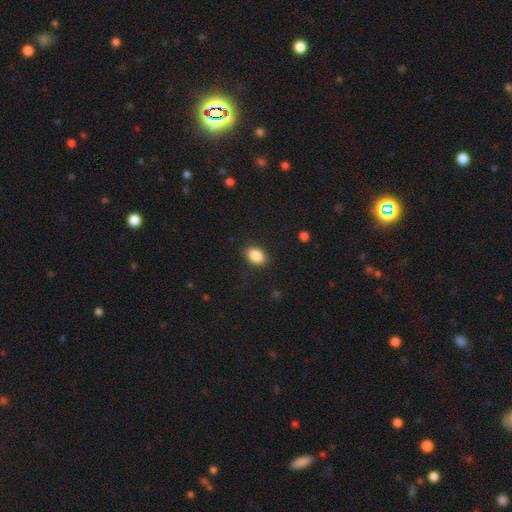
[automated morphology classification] The model was most divided on "how rounded": in between: 81%, round: 18%, cigar-shaped: 1%. More confident: smooth or featured — smooth (87%); merging — none (86%).